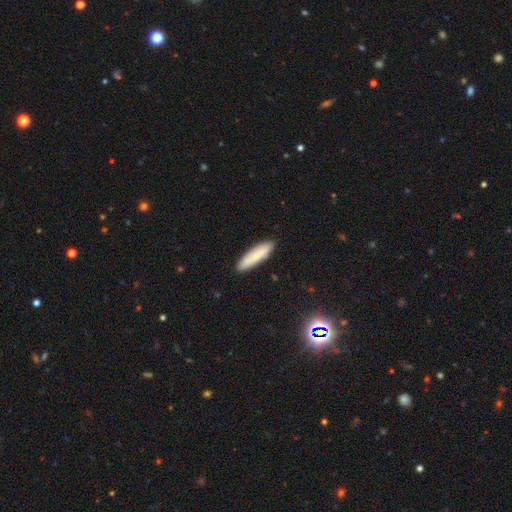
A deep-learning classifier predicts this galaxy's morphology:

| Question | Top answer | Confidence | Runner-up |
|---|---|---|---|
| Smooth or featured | smooth | 71% | featured or disk (23%) |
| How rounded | cigar-shaped | 74% | in between (24%) |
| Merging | none | 88% | minor disturbance (9%) |